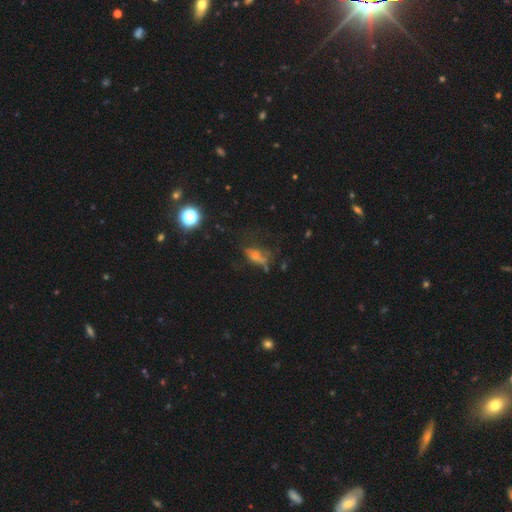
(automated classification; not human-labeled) Smooth or featured: featured or disk — 35% (smooth — 34%)
Merging: none — 41% (major disturbance — 30%)